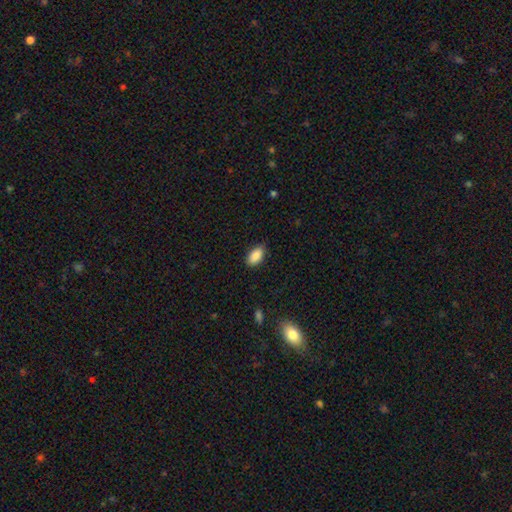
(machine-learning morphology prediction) Overall: smooth (88%). How rounded: in between (93%). Merging: none (83%).